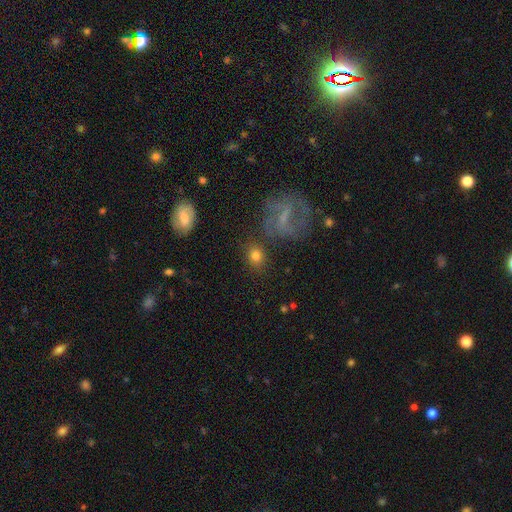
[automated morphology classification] A smooth galaxy with no disk features (77%) that is round (68%). Merging: none (79%).